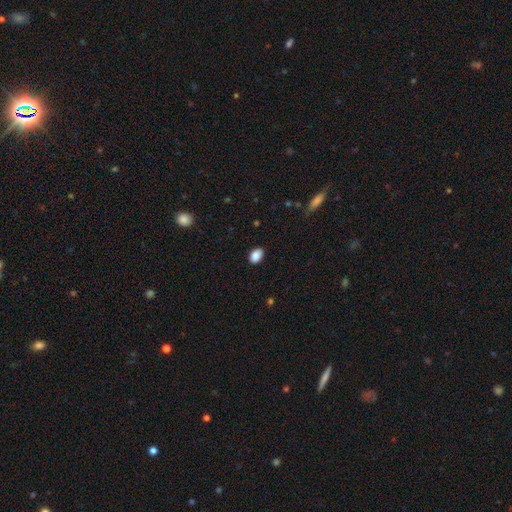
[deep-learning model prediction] Overall: smooth (89%). How rounded: in between (86%). Merging: none (86%).